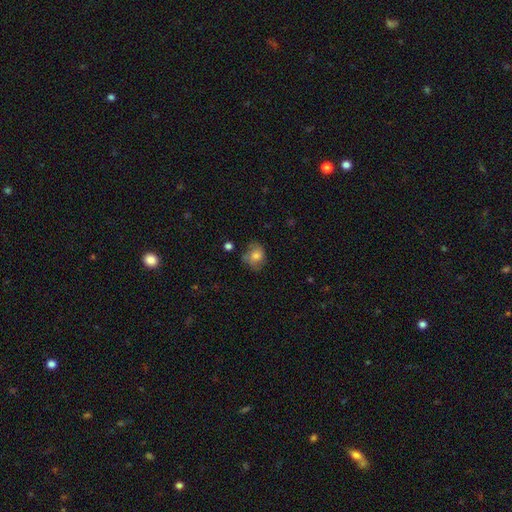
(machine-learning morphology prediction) Smooth or featured? smooth (67%)
How rounded? round (61%)
Merging? none (59%)